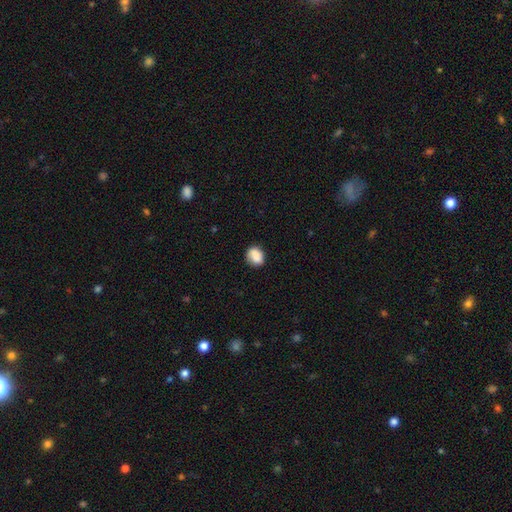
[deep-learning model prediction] Smooth or featured? smooth (86%)
How rounded? round (50%)
Merging? none (78%)